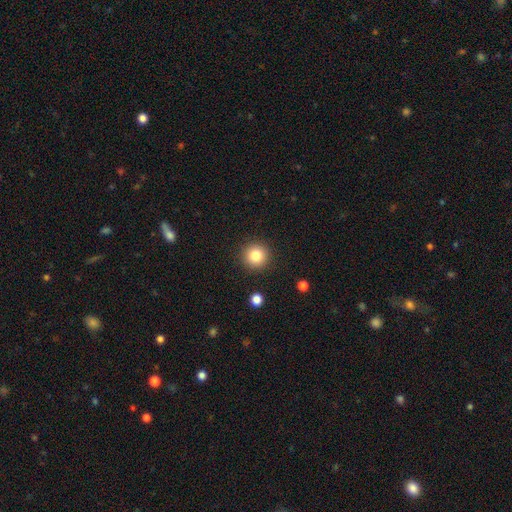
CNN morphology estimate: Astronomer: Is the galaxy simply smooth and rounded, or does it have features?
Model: smooth — 83%.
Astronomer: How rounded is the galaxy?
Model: round — 95%.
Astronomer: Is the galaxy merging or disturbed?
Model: none — 91%.